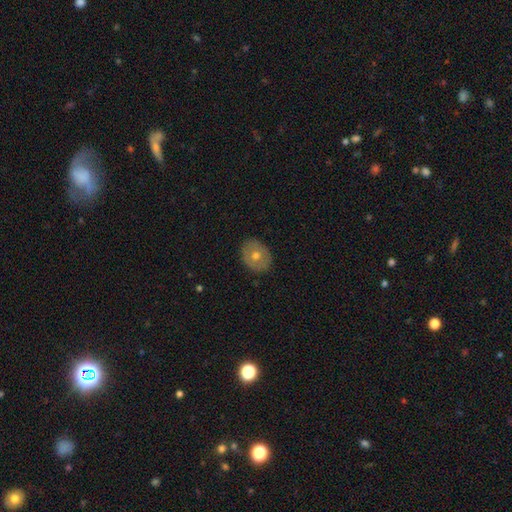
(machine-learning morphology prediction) This appears to be a smooth galaxy with no disk features (52%) that is round (54%). Merging: none (87%).